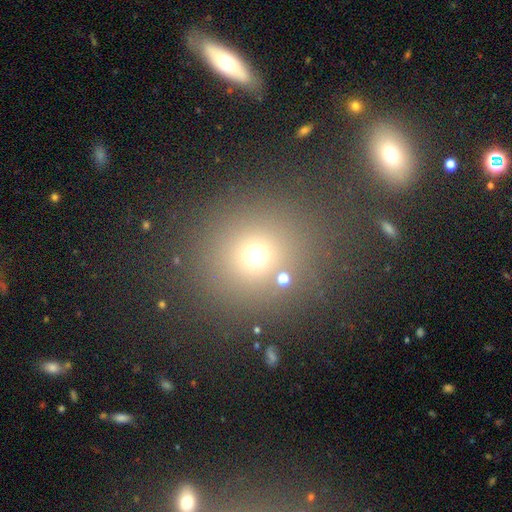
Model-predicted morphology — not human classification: Smooth or featured: smooth — 65% (star or artifact — 24%)
How rounded: round — 87% (in between — 12%)
Merging: none — 77% (merger — 9%)